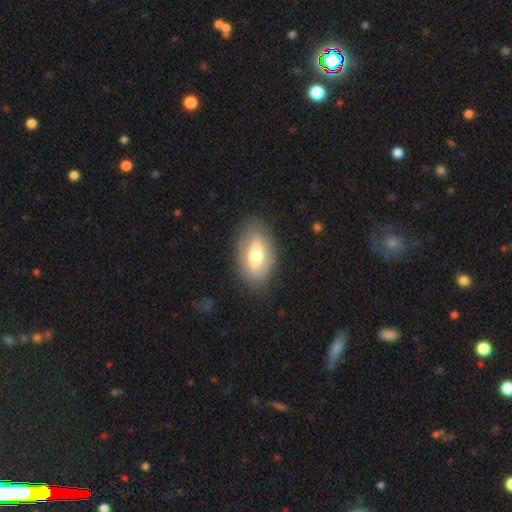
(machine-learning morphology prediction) Smooth or featured: smooth — 54% (featured or disk — 40%)
How rounded: in between — 90% (round — 6%)
Merging: none — 81% (minor disturbance — 13%)